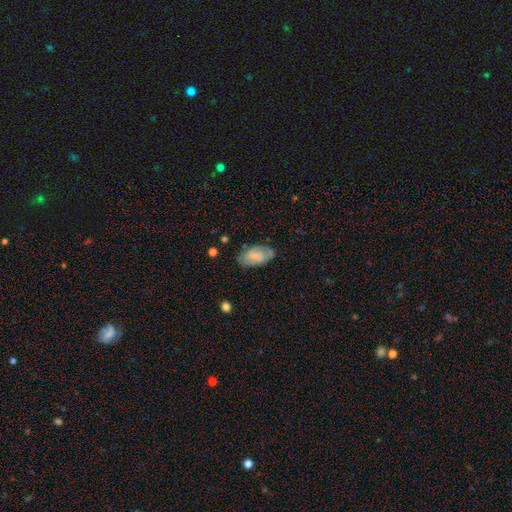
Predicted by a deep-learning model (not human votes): Morphology: type=smooth (65%); roundness=in between (94%); merging=none (65%).